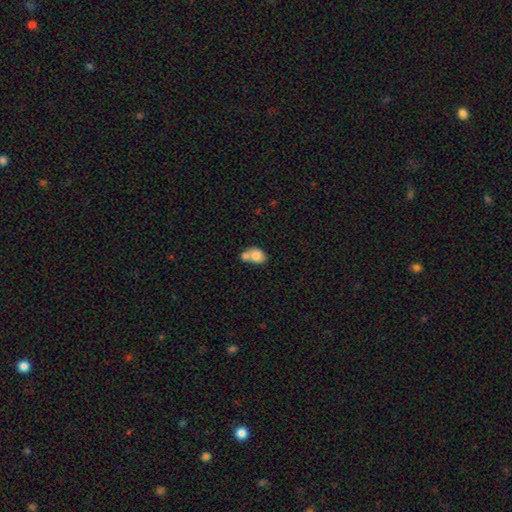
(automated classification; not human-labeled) Q: Smooth or featured?
A: smooth (77%); runner-up: featured or disk (15%)
Q: How rounded?
A: in between (67%); runner-up: round (32%)
Q: Merging?
A: merger (59%); runner-up: none (27%)